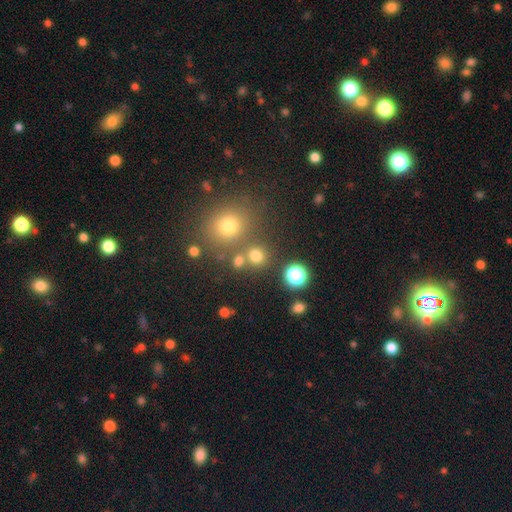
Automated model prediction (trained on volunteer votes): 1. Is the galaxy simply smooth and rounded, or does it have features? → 74% smooth, 20% star or artifact, 7% featured or disk.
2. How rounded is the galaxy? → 88% round, 11% in between, 1% cigar-shaped.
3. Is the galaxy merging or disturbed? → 72% none, 16% merger, 8% minor disturbance, 4% major disturbance.